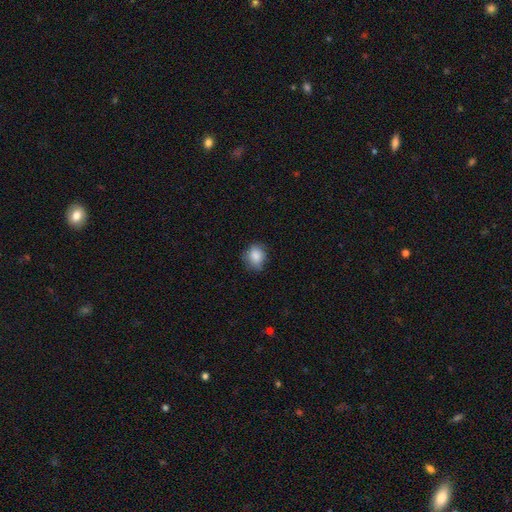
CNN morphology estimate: smooth 85%, star or artifact 8%, featured or disk 7%. Down the decision tree: how rounded — round (69%); merging — none (70%).